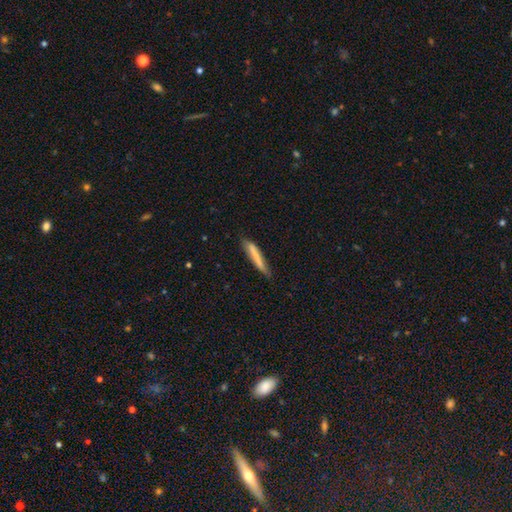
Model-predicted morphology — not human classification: A smooth galaxy with no disk features (72%) that is cigar-shaped (92%).

Vote fractions:
- Smooth or featured? smooth: 72% / featured or disk: 22% / star or artifact: 6%
- How rounded? cigar-shaped: 92% / in between: 6% / round: 1%
- Merging? none: 74% / minor disturbance: 21% / major disturbance: 4% / merger: 2%